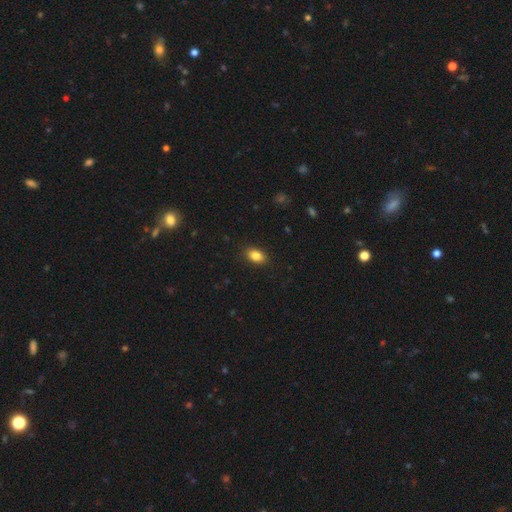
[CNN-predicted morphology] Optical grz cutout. It shows a smooth galaxy with no disk features (86%) that is in between round and cigar-shaped (85%). Merging: none (88%).